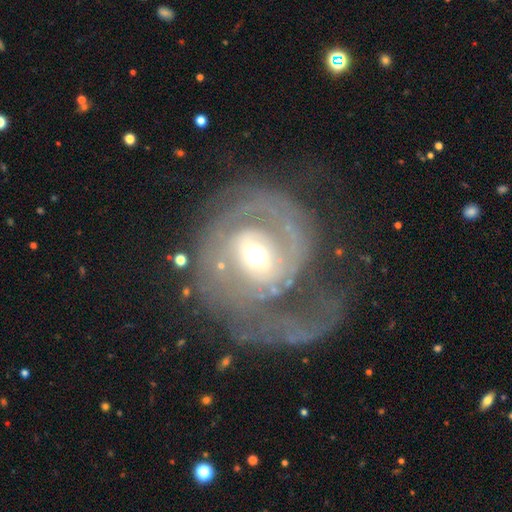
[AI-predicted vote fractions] featured or disk 81%, smooth 13%, star or artifact 6%. Down the decision tree: edge-on disk — no (97%); bar — no (45%); spiral arms — yes (81%); spiral arm count — 2 (37%); spiral winding — tight (42%); bulge size — moderate (64%); merging — major disturbance (46%).